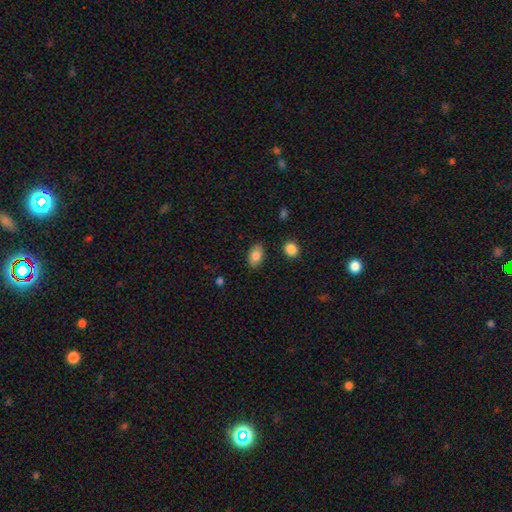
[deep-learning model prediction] Q: Smooth or featured?
A: smooth (84%); runner-up: featured or disk (9%)
Q: How rounded?
A: in between (90%); runner-up: round (8%)
Q: Merging?
A: none (83%); runner-up: minor disturbance (12%)